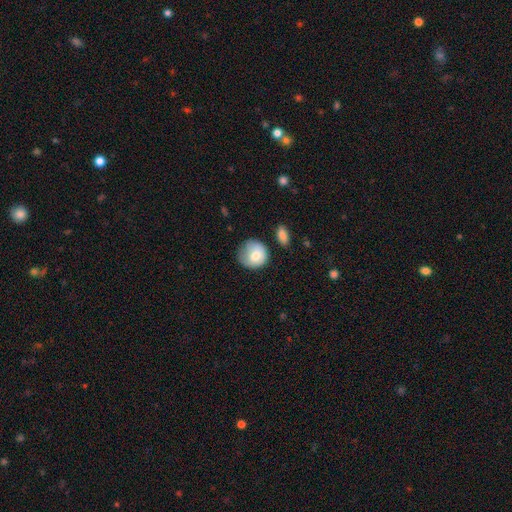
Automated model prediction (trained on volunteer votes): smooth_or_featured: smooth (p=0.76) [alt: featured or disk p=0.17]
how_rounded: round (p=0.85) [alt: in between p=0.14]
merging: none (p=0.56) [alt: minor disturbance p=0.30]